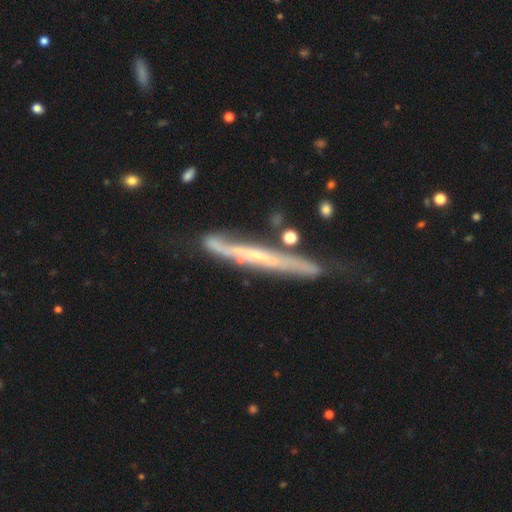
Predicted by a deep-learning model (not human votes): Smooth or featured? Predicted: featured or disk (p=0.72). Edge-on disk? Predicted: yes (p=0.83). Edge-on bulge? Predicted: none (p=0.73). Merging? Predicted: none (p=0.58).